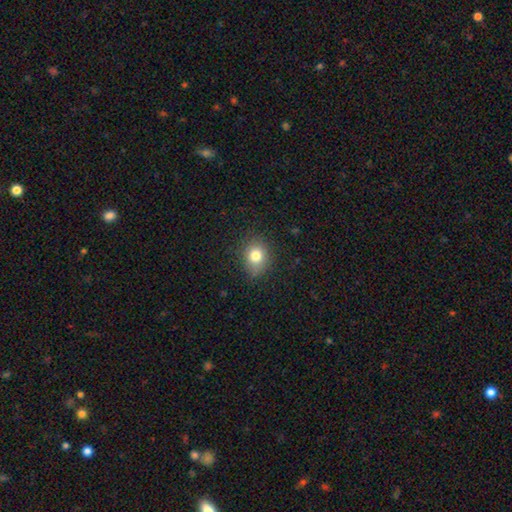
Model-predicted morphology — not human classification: This is likely a smooth galaxy (79%). How rounded: possibly round (57%). Merging: clearly none (81%).